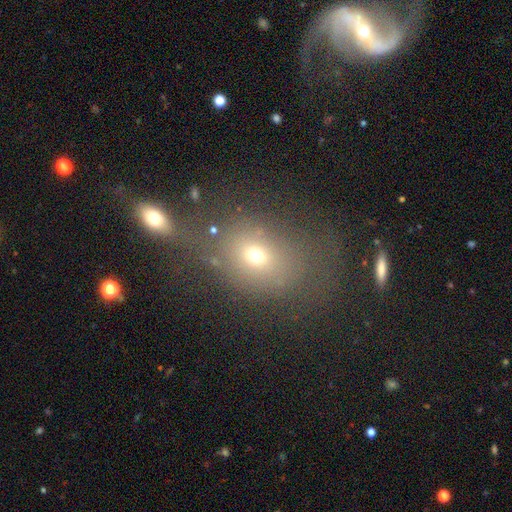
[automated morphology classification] smooth 65%, star or artifact 18%, featured or disk 17%. Down the decision tree: how rounded — in between (54%); merging — none (51%).